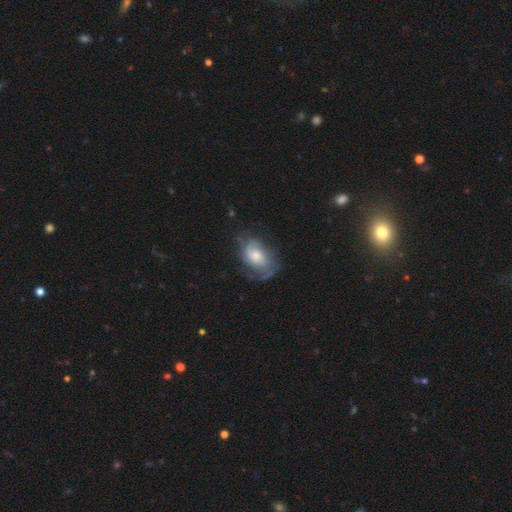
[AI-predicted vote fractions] Smooth or featured: featured or disk — 66% (smooth — 27%)
Edge-on disk: no — 96% (yes — 4%)
Bar: no — 70% (weak — 26%)
Spiral arms: yes — 87% (no — 13%)
Spiral winding: medium — 41% (tight — 30%)
Spiral arm count: 2 — 49% (can't tell — 24%)
Bulge size: moderate — 53% (small — 25%)
Merging: none — 54% (minor disturbance — 25%)